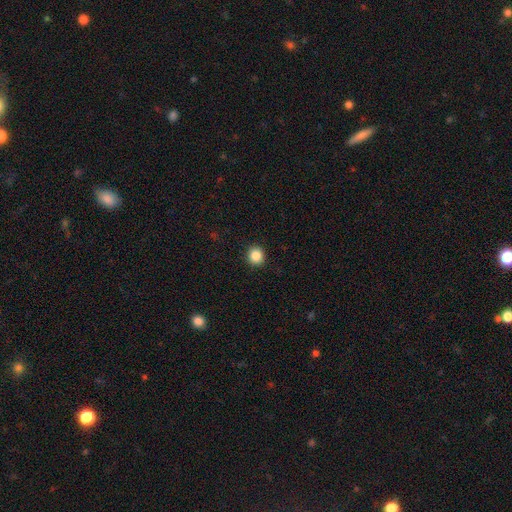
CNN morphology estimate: Smooth or featured? Predicted: smooth (p=0.86). How rounded? Predicted: round (p=0.91). Merging? Predicted: none (p=0.92).